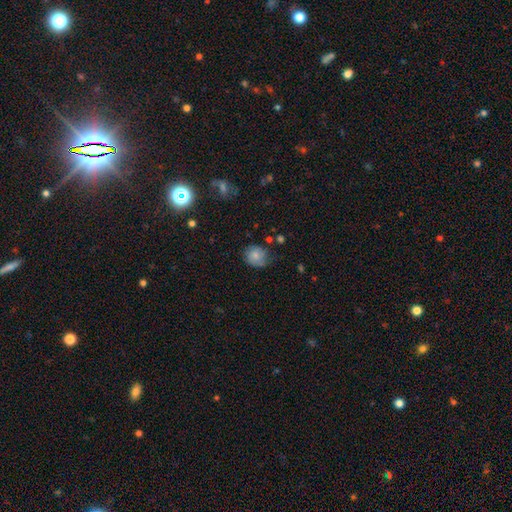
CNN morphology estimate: smooth 66%, featured or disk 24%, star or artifact 10%. Down the decision tree: how rounded — round (77%); merging — none (61%).